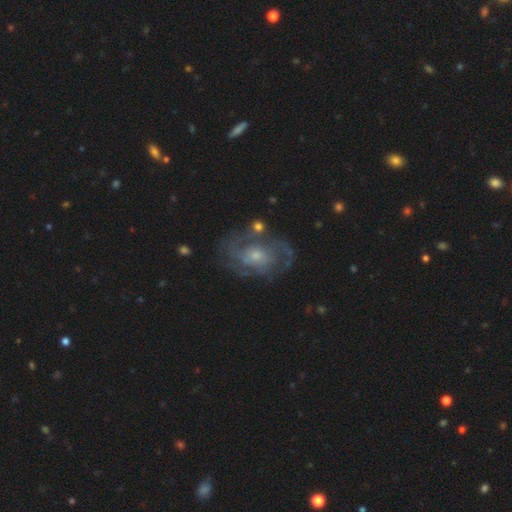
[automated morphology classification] A featured or disk galaxy (81%) with no bar (71%), 2 (32%, tied with can't tell) tight (43%) spiral arms (88%) and a small central bulge (59%).

Vote fractions:
- Smooth or featured? featured or disk: 81% / smooth: 12% / star or artifact: 7%
- Edge-on disk? no: 97% / yes: 3%
- Bar? no: 71% / weak: 25% / strong: 4%
- Spiral arms? yes: 88% / no: 12%
- Spiral winding? tight: 43% / medium: 42% / loose: 15%
- Spiral arm count? 2: 32% (tied) / can't tell: 32% (tied) / 3: 18% / 4: 7% / 1: 5% / more than 4: 5%
- Bulge size? small: 59% / moderate: 33% / large: 3% / none: 3% / dominant: 1%
- Merging? none: 66% / minor disturbance: 18% / major disturbance: 12% / merger: 4%